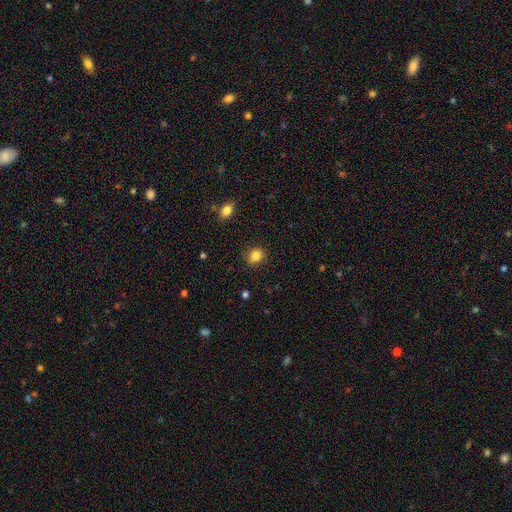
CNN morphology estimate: A smooth galaxy with no disk features (84%) that is round (73%). Merging: none (86%).